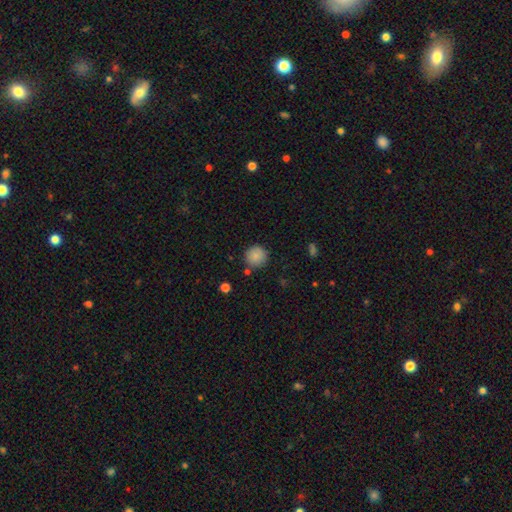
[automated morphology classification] Smooth or featured? Predicted: smooth (p=0.86). How rounded? Predicted: round (p=0.94). Merging? Predicted: none (p=0.84).